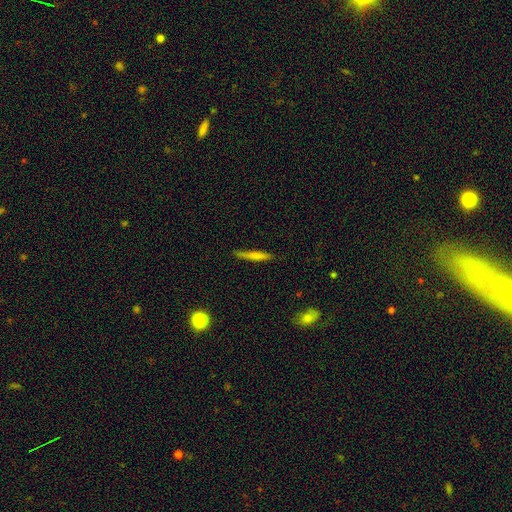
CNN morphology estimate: smooth 67%, featured or disk 26%, star or artifact 7%. Down the decision tree: how rounded — cigar-shaped (93%); merging — none (84%).